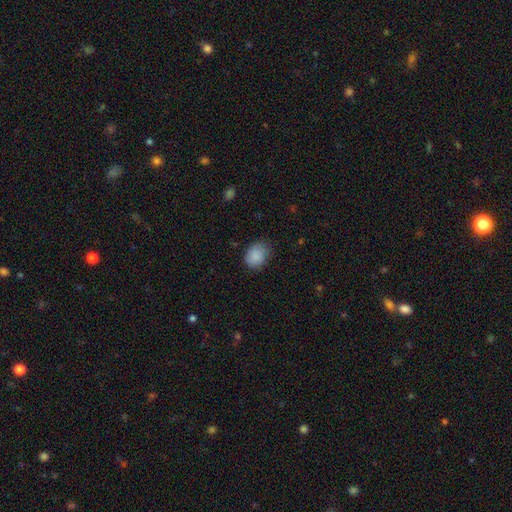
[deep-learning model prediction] Smooth or featured: smooth — 88% (star or artifact — 7%)
How rounded: in between — 61% (round — 38%)
Merging: none — 74% (minor disturbance — 21%)